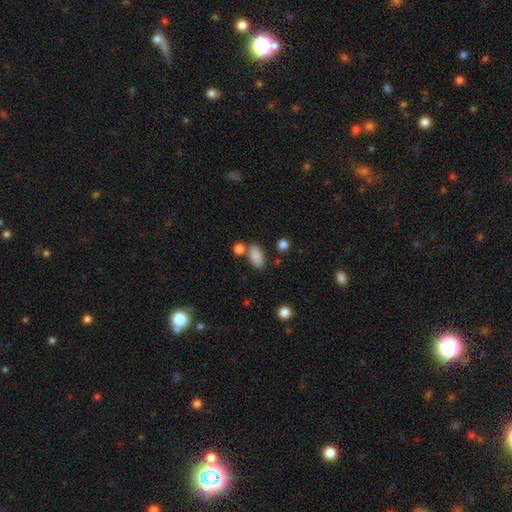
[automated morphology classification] The model was most divided on "merging": none: 67%, merger: 16%, minor disturbance: 13%, major disturbance: 4%. More confident: how rounded — in between (91%); smooth or featured — smooth (86%).